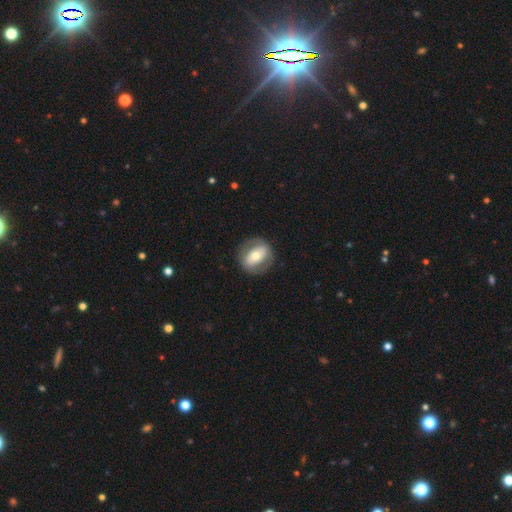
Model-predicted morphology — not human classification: Q: Smooth or featured?
A: featured or disk (48%); runner-up: smooth (45%)
Q: Merging?
A: none (80%); runner-up: minor disturbance (12%)